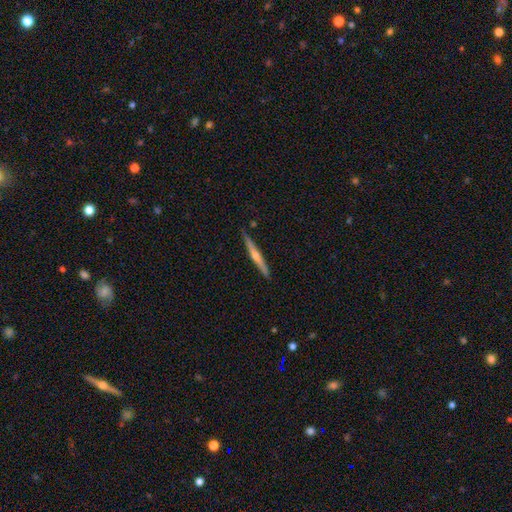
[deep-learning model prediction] A featured or disk galaxy (67%) viewed edge-on (98%) with a rounded central bulge (79%). Merging: none (90%).